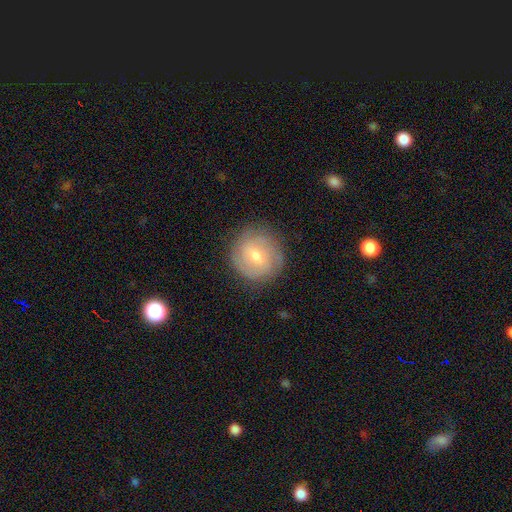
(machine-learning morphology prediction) Q: Smooth or featured?
A: featured or disk (56%); runner-up: smooth (37%)
Q: Edge-on disk?
A: no (97%); runner-up: yes (3%)
Q: Bar?
A: weak (58%); runner-up: no (28%)
Q: Spiral arms?
A: yes (82%); runner-up: no (18%)
Q: Bulge size?
A: moderate (59%); runner-up: small (35%)
Q: Merging?
A: none (81%); runner-up: minor disturbance (13%)